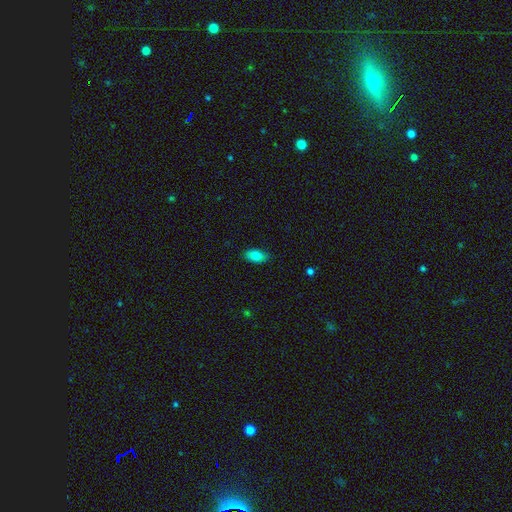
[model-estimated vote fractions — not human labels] Q: Smooth or featured?
A: smooth (83%); runner-up: featured or disk (9%)
Q: How rounded?
A: in between (92%); runner-up: round (4%)
Q: Merging?
A: none (85%); runner-up: minor disturbance (11%)